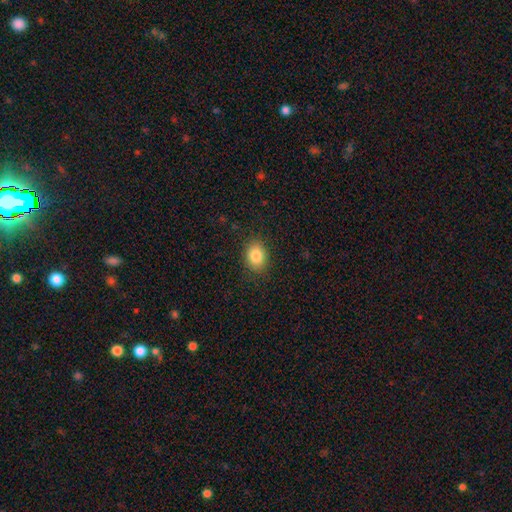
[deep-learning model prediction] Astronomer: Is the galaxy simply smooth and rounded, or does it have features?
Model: smooth — 85%.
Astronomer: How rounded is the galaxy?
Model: in between — 58% (runner-up: round, 41%).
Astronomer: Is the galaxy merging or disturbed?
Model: none — 88%.